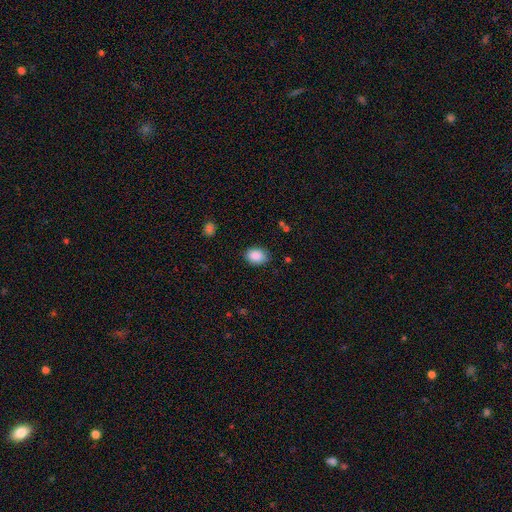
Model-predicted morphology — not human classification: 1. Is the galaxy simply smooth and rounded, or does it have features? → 89% smooth, 8% star or artifact, 4% featured or disk.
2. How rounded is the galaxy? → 68% in between, 31% round, 1% cigar-shaped.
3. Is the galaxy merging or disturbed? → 83% none, 13% minor disturbance, 3% major disturbance, 1% merger.